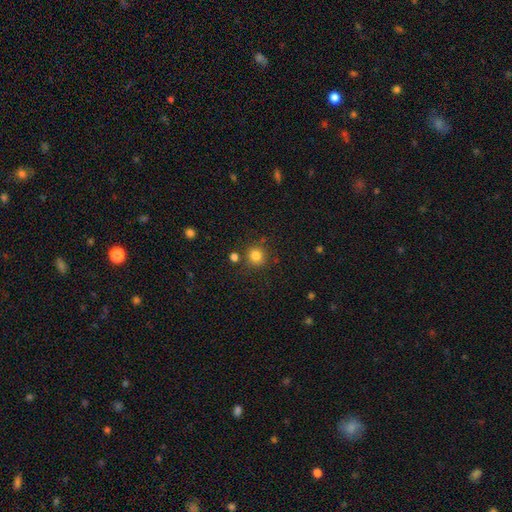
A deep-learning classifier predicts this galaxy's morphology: Smooth or featured: smooth — 82% (star or artifact — 13%)
How rounded: round — 91% (in between — 8%)
Merging: none — 81% (minor disturbance — 9%)